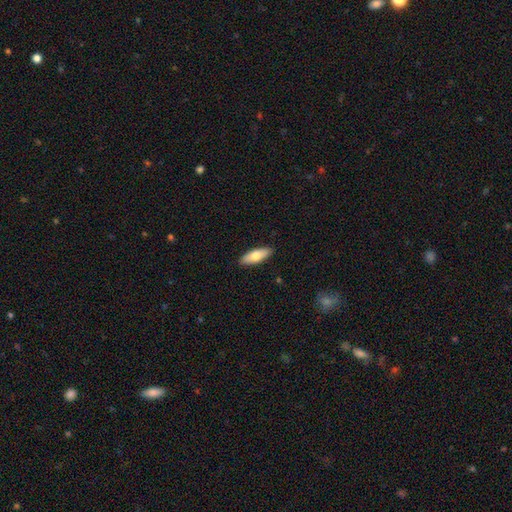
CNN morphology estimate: A smooth galaxy with no disk features (73%) that is in between round and cigar-shaped (63%). Merging: none (89%).